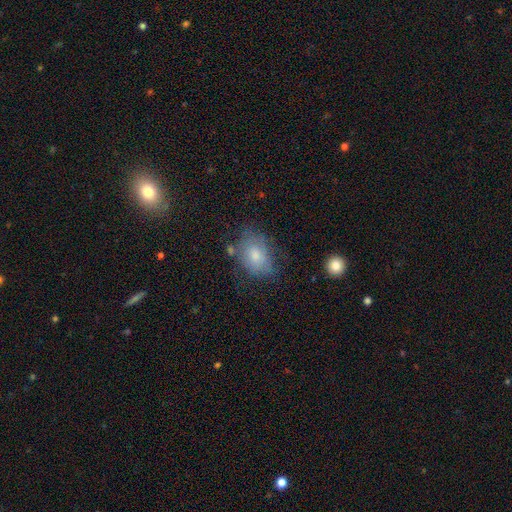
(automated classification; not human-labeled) Overall: smooth (73%). How rounded: in between (74%). Merging: none (54%; minor disturbance 29%).